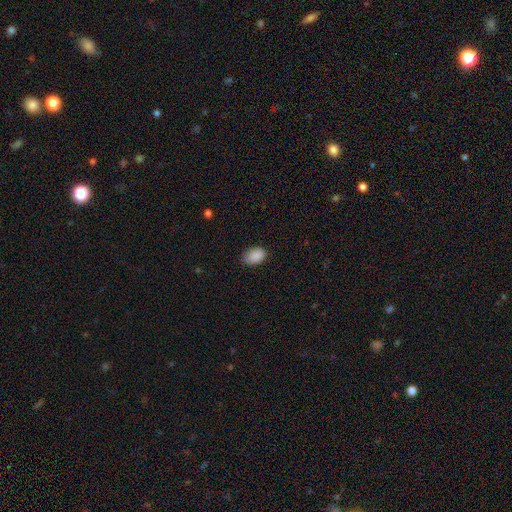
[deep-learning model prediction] The model was most divided on "merging": none: 81%, minor disturbance: 15%, major disturbance: 3%, merger: 1%. More confident: smooth or featured — smooth (89%); how rounded — in between (87%).